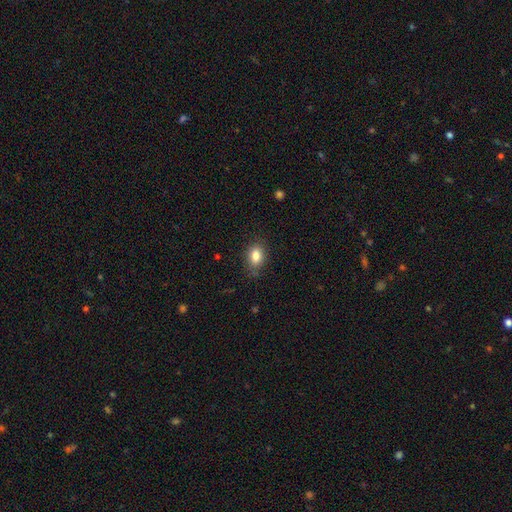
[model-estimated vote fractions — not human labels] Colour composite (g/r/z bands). It shows a smooth galaxy with no disk features (84%) that is in between round and cigar-shaped (79%). Merging: none (79%).